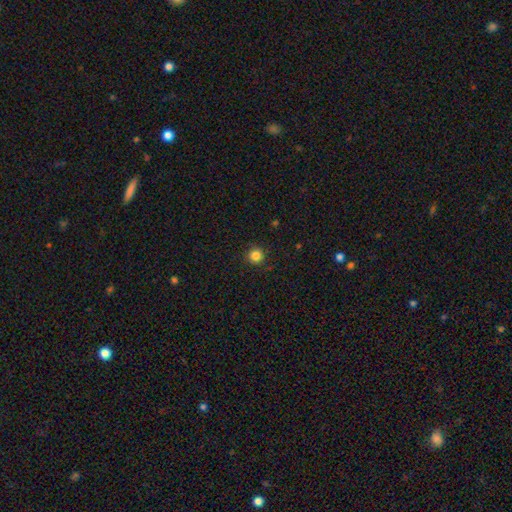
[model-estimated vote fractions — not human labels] Smooth or featured? Predicted: smooth (p=0.84). How rounded? Predicted: round (p=0.95). Merging? Predicted: none (p=0.91).